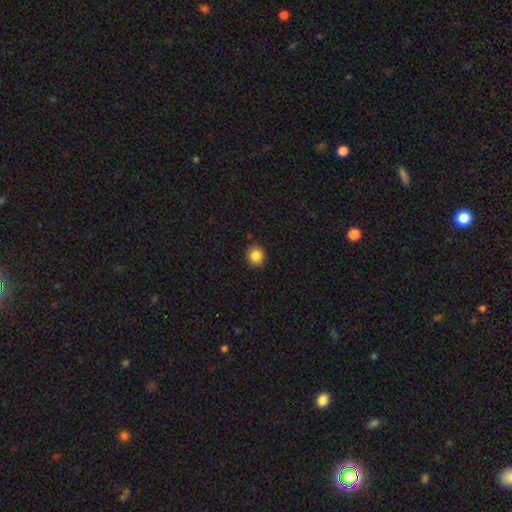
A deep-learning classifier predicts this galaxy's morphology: Smooth or featured: smooth — 86% (star or artifact — 10%)
How rounded: round — 87% (in between — 12%)
Merging: none — 90% (minor disturbance — 7%)